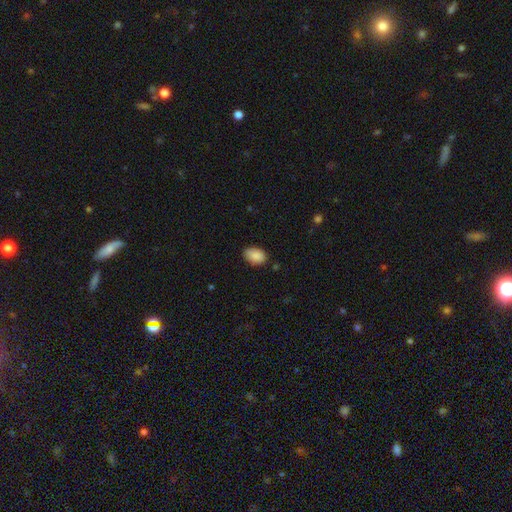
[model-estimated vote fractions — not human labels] A smooth galaxy with no disk features (89%) that is in between round and cigar-shaped (87%). Merging: none (78%).